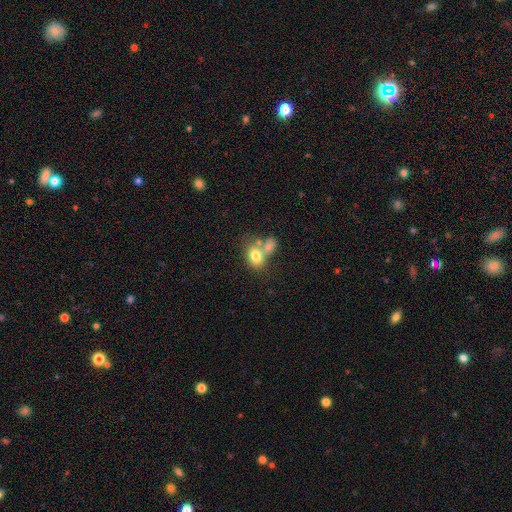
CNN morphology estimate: This appears to be a smooth galaxy with no disk features (75%) that is in between round and cigar-shaped (70%). Merging: merger (53%).